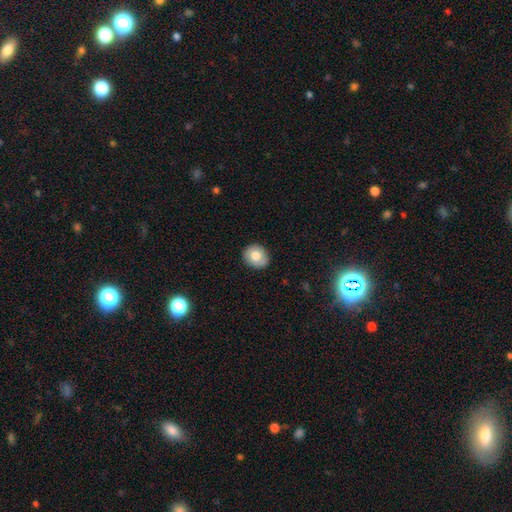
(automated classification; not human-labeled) A smooth galaxy with no disk features (75%) that is round (68%). Merging: none (88%).